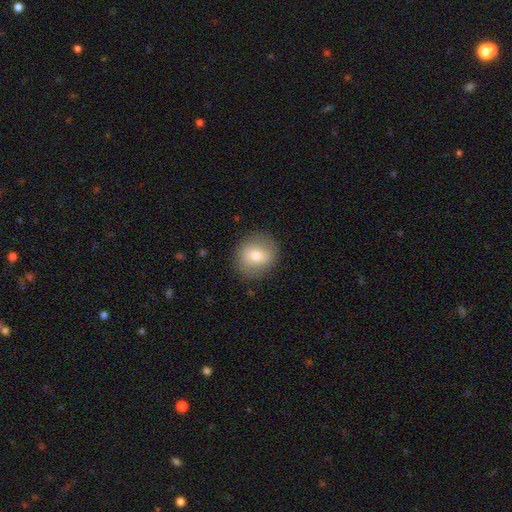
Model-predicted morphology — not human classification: type=smooth (72%); roundness=round (78%); merging=none (85%).